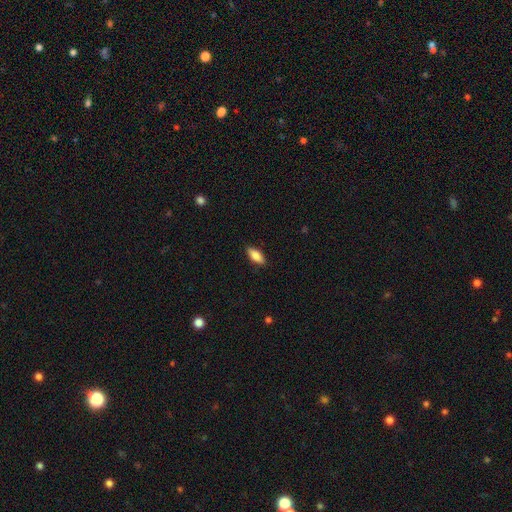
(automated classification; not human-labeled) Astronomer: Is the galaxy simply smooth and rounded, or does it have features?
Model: smooth — 85%.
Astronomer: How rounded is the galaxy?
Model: in between — 83%.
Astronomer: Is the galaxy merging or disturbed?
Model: none — 88%.